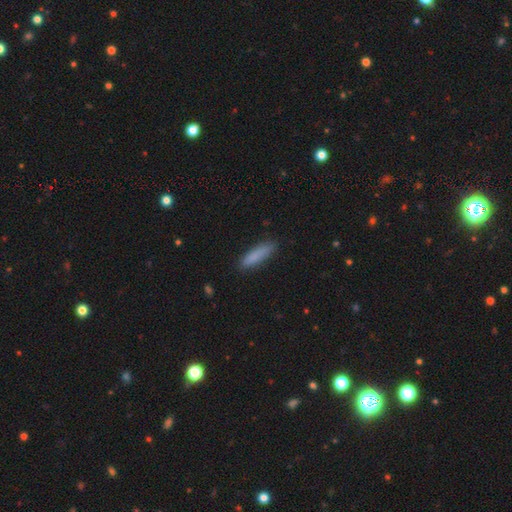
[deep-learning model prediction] Smooth or featured: smooth — 85% (featured or disk — 9%)
How rounded: cigar-shaped — 78% (in between — 21%)
Merging: none — 86% (minor disturbance — 11%)